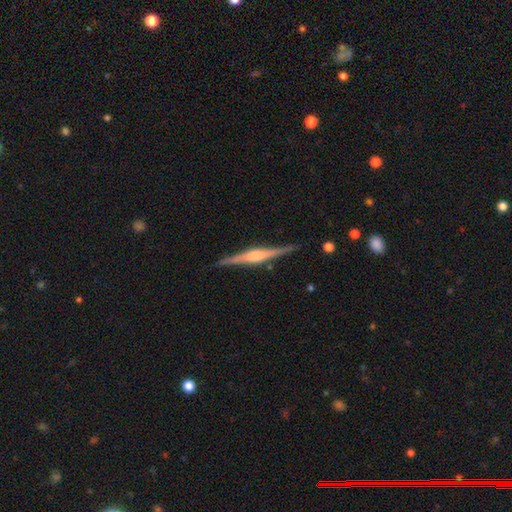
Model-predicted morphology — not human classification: Q: Smooth or featured?
A: featured or disk (79%); runner-up: smooth (15%)
Q: Edge-on disk?
A: yes (98%); runner-up: no (2%)
Q: Edge-on bulge?
A: rounded (58%); runner-up: boxy (35%)
Q: Merging?
A: none (88%); runner-up: minor disturbance (9%)